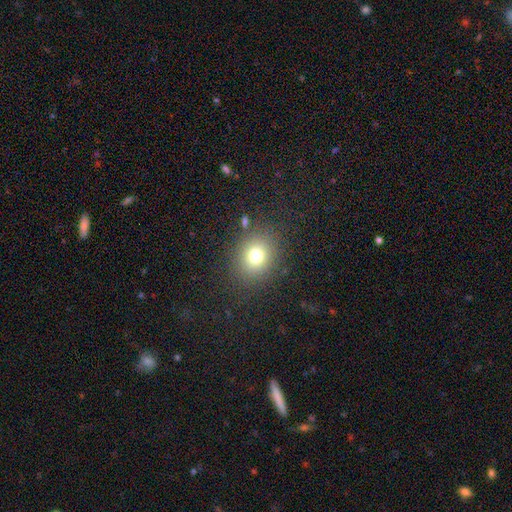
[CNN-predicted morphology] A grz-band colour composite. It shows a smooth galaxy with no disk features (74%) that is round (71%). Merging: none (84%).